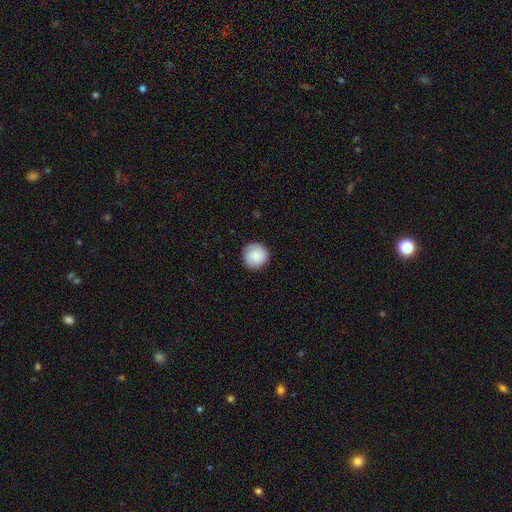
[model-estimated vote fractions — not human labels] This is clearly a smooth galaxy (85%). How rounded: clearly round (95%). Merging: clearly none (89%).